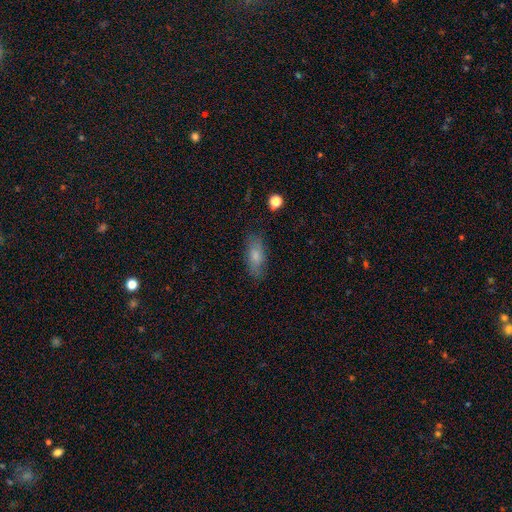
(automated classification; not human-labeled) This is likely a smooth galaxy (76%). How rounded: likely in between (75%). Merging: clearly none (81%).